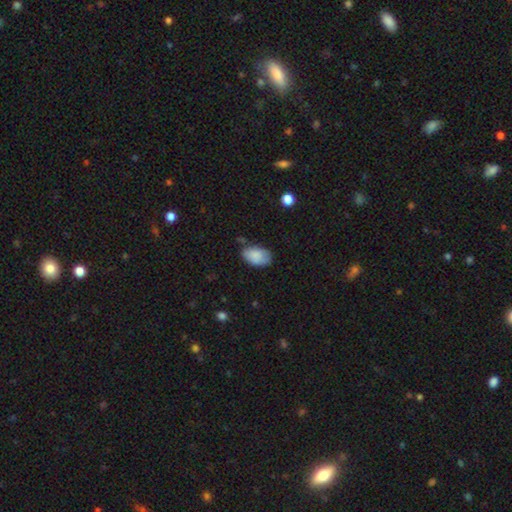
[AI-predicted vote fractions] This appears to be a smooth galaxy with no disk features (85%) that is in between round and cigar-shaped (92%). Merging: none (67%).